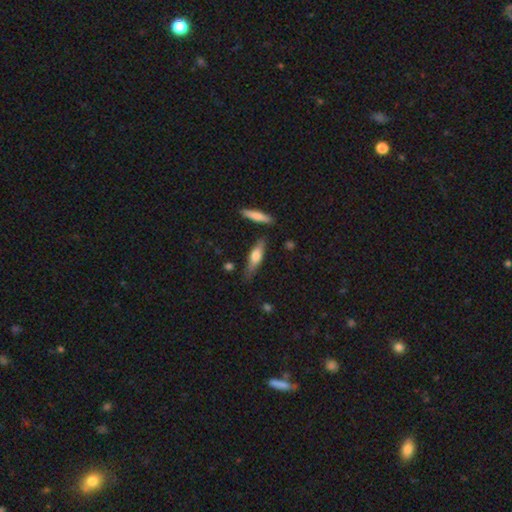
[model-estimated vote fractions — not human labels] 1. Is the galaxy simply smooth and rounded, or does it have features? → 59% smooth, 35% featured or disk, 6% star or artifact.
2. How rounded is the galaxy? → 65% cigar-shaped, 33% in between, 2% round.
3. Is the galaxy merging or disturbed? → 71% none, 19% minor disturbance, 5% merger, 4% major disturbance.